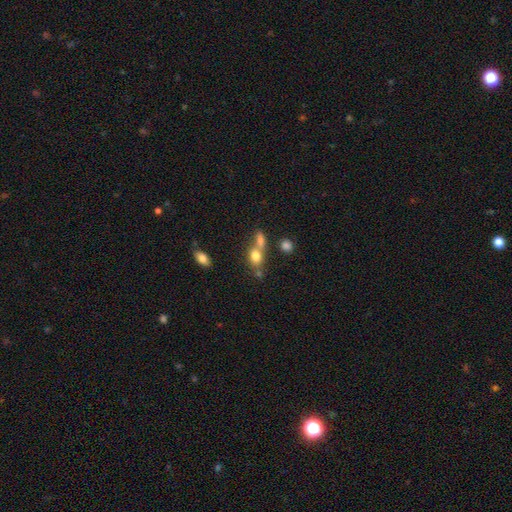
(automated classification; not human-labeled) Smooth or featured?
  - smooth: 76% *
  - featured or disk: 13%
  - star or artifact: 11%
How rounded?
  - in between: 54% *
  - round: 41%
  - cigar-shaped: 5%
Merging?
  - merger: 46% *
  - none: 38%
  - minor disturbance: 11%
  - major disturbance: 6%